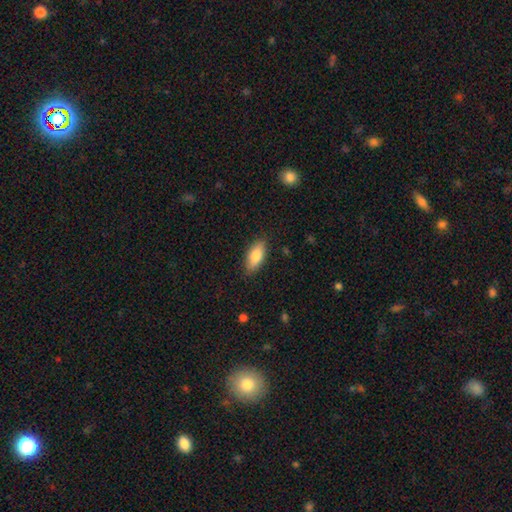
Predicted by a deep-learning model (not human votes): smooth-or-featured: smooth: 81% | featured or disk: 13% | star or artifact: 7%
  how-rounded: in between: 85% | cigar-shaped: 12% | round: 3%
  merging: none: 86% | minor disturbance: 11% | major disturbance: 2% | merger: 1%